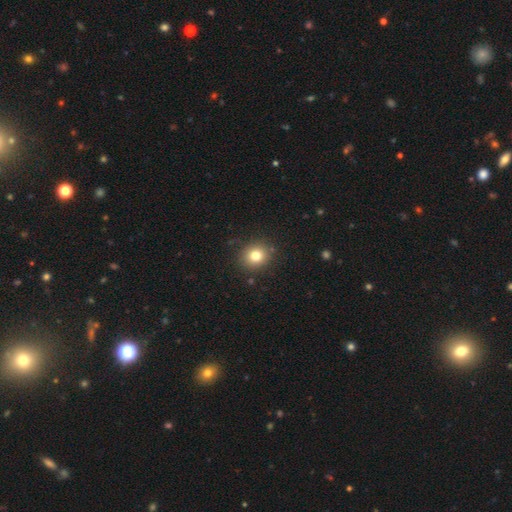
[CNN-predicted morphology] smooth 80%, star or artifact 12%, featured or disk 8%. Down the decision tree: how rounded — round (82%); merging — none (88%).